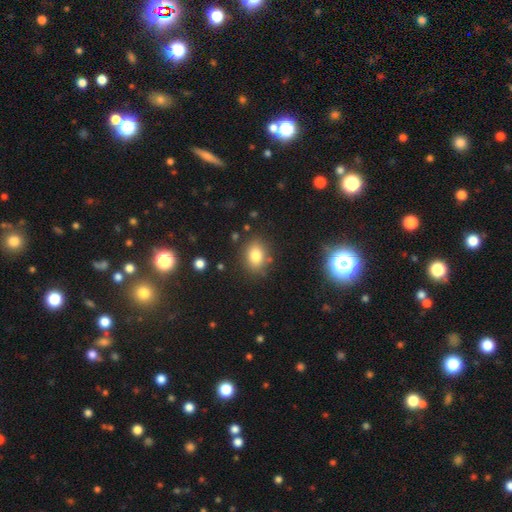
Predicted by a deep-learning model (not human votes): smooth_or_featured: smooth (p=0.79) [alt: star or artifact p=0.11]
how_rounded: in between (p=0.64) [alt: round p=0.35]
merging: none (p=0.82) [alt: minor disturbance p=0.11]